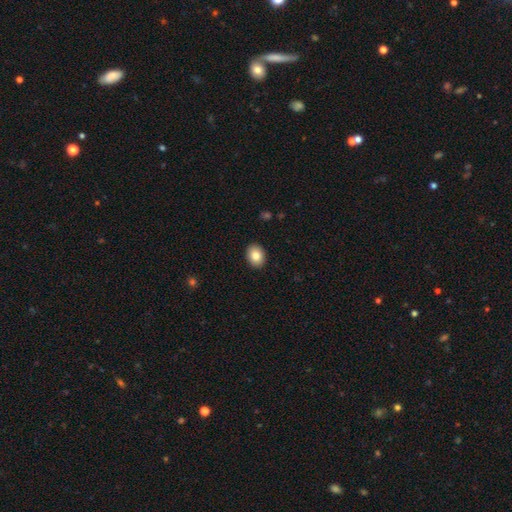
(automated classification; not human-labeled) Smooth or featured? smooth (85%)
How rounded? in between (61%)
Merging? none (91%)